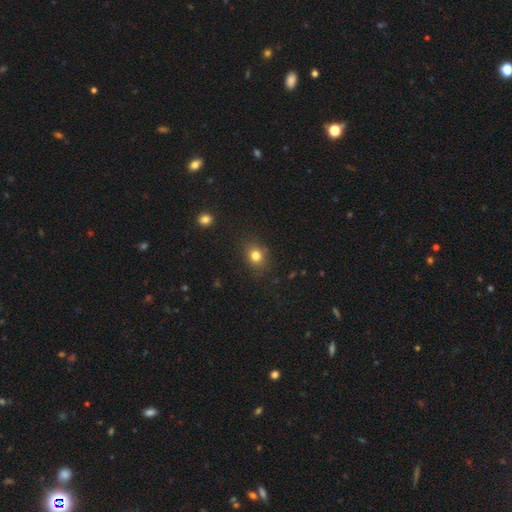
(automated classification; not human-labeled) smooth-or-featured: smooth: 80% | star or artifact: 13% | featured or disk: 7%
  how-rounded: round: 62% | in between: 37% | cigar-shaped: 1%
  merging: none: 83% | minor disturbance: 12% | major disturbance: 3% | merger: 2%